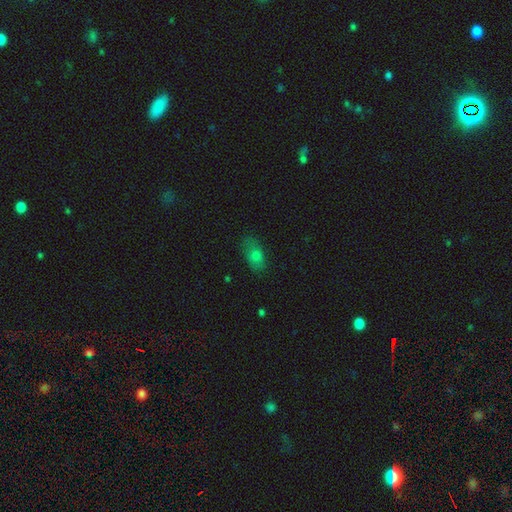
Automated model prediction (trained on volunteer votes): This is likely a smooth galaxy (68%). How rounded: clearly in between (82%). Merging: likely none (76%).